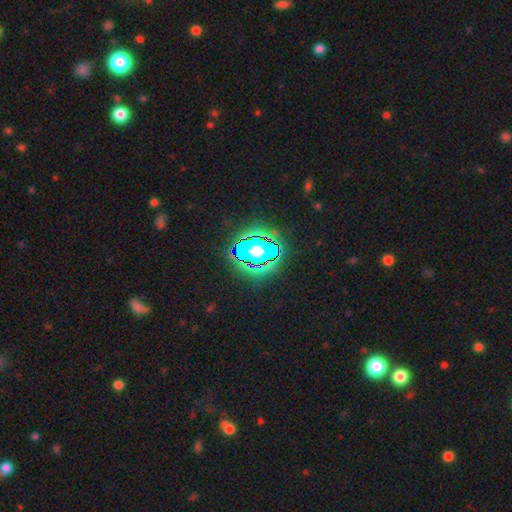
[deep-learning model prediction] Q: Smooth or featured?
A: star or artifact (53%); runner-up: smooth (29%)